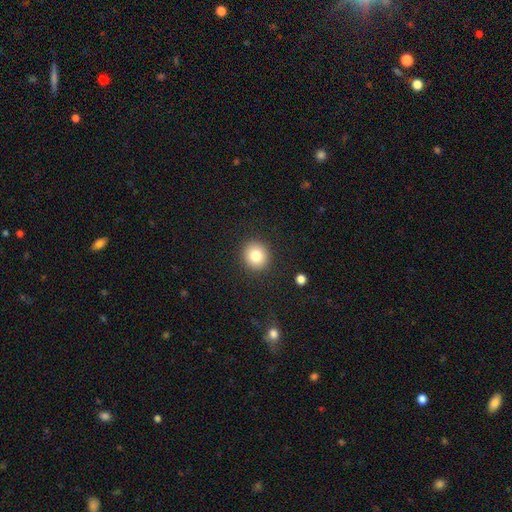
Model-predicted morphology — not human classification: type=smooth (81%); roundness=round (88%); merging=none (90%).